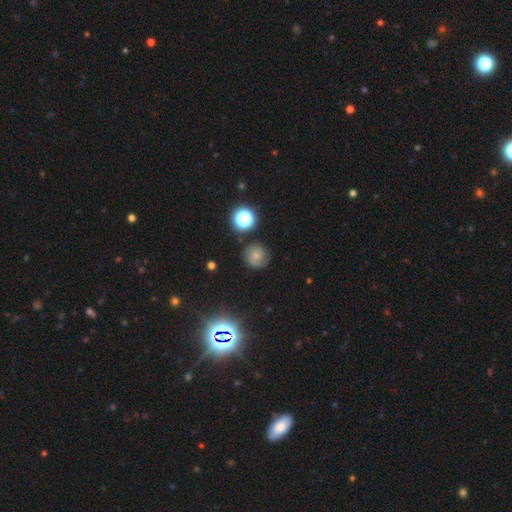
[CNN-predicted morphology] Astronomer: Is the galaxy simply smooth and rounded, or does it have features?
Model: smooth — 49% (runner-up: featured or disk, 34%).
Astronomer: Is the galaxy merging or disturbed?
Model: none — 74%.